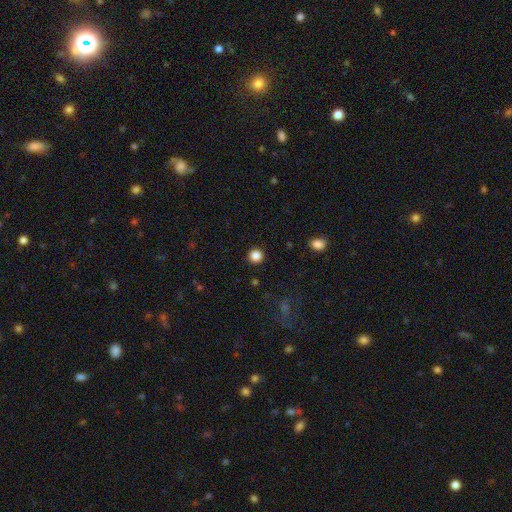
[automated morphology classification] Overall: smooth (85%). How rounded: round (94%). Merging: none (93%).